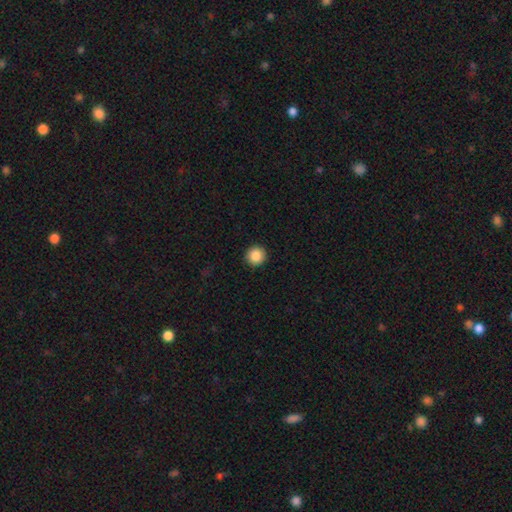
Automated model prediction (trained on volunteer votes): Smooth or featured?
  - smooth: 87% *
  - star or artifact: 9%
  - featured or disk: 4%
How rounded?
  - round: 95% *
  - in between: 4%
  - cigar-shaped: 1%
Merging?
  - none: 93% *
  - minor disturbance: 5%
  - major disturbance: 2%
  - merger: 1%